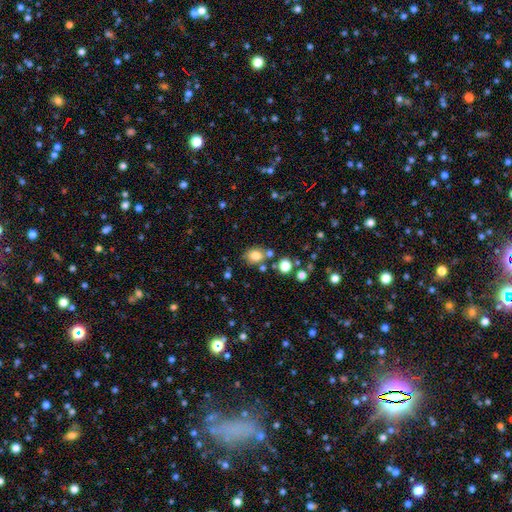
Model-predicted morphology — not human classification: This appears to be a smooth galaxy with no disk features (80%) that is round (52%). Merging: none (70%).